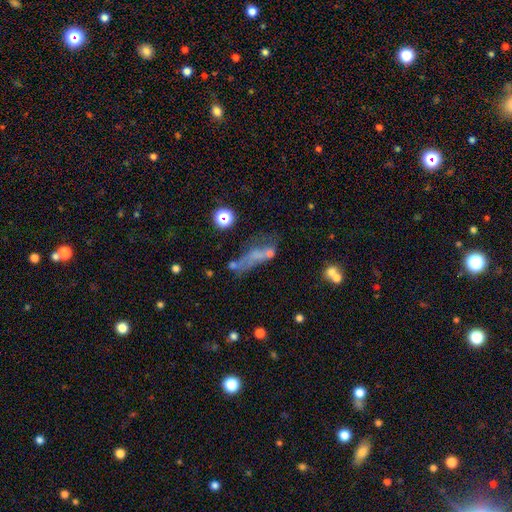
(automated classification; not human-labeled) smooth 44%, featured or disk 34%, star or artifact 22%. Down the decision tree: merging — none (31%).